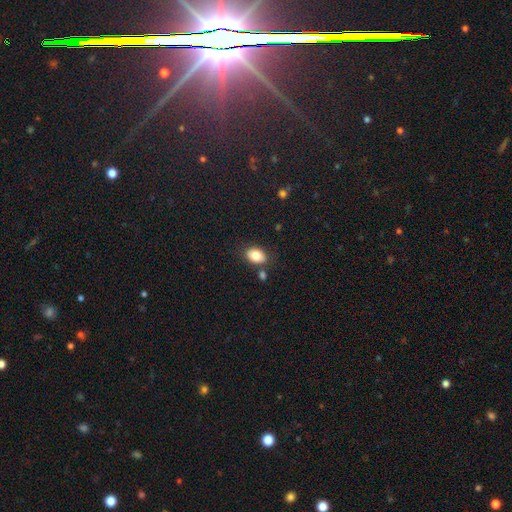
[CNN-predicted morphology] Smooth or featured? Predicted: smooth (p=0.82). How rounded? Predicted: in between (p=0.82). Merging? Predicted: none (p=0.75).